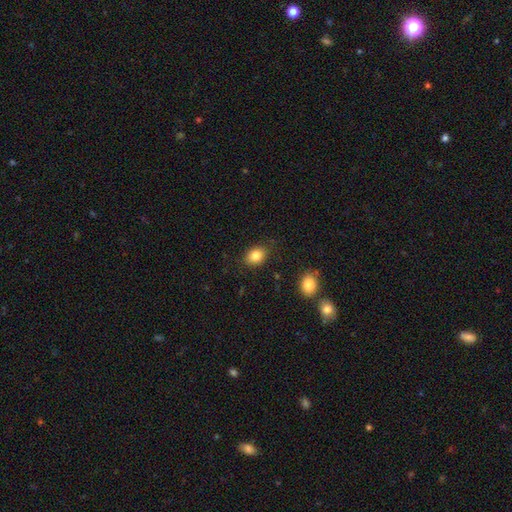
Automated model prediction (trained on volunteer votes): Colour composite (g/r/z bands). It shows a smooth galaxy with no disk features (84%) that is in between round and cigar-shaped (67%). Merging: none (84%).